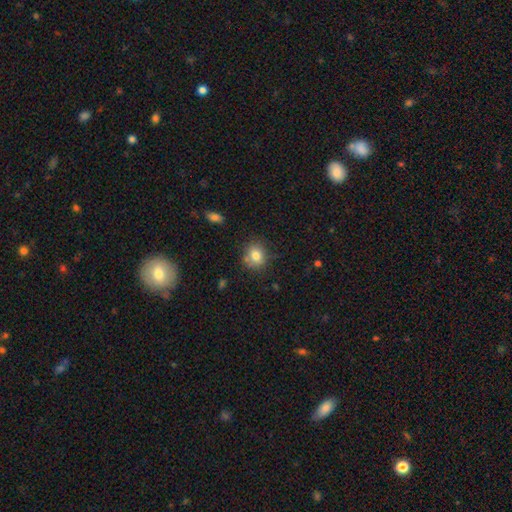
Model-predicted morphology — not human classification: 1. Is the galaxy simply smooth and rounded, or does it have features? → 80% smooth, 10% star or artifact, 9% featured or disk.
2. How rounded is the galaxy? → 72% round, 27% in between, 1% cigar-shaped.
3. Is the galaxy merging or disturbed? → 75% none, 15% minor disturbance, 6% merger, 4% major disturbance.